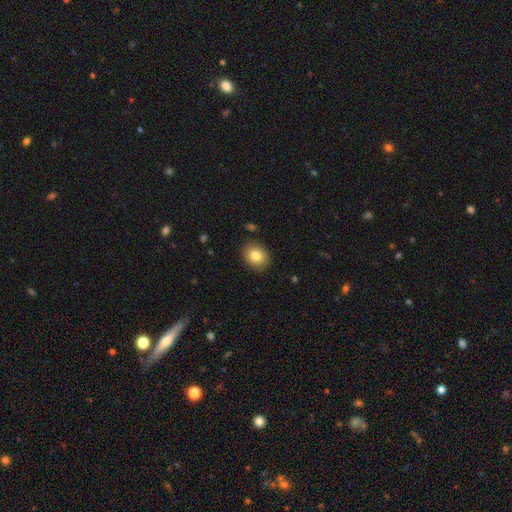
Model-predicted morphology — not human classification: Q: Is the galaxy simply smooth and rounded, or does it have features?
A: smooth — 80%.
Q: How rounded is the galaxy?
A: round — 56%.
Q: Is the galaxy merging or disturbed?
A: none — 84%.